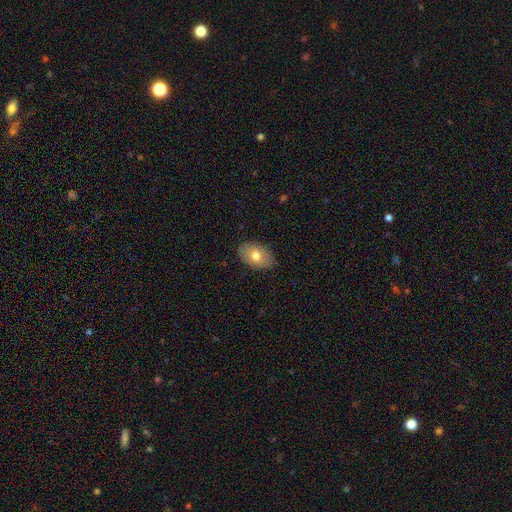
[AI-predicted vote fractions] A smooth galaxy with no disk features (72%) that is in between round and cigar-shaped (87%). Merging: none (85%).